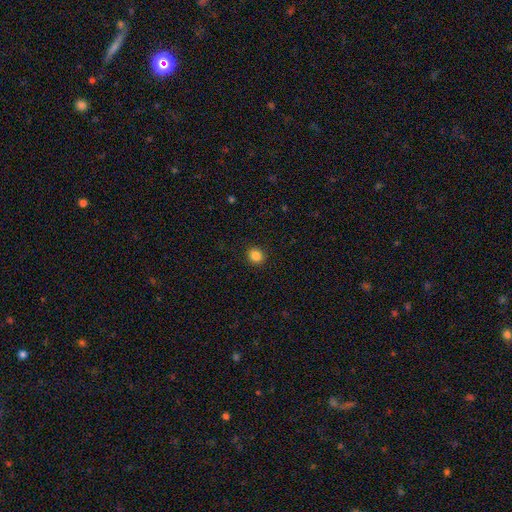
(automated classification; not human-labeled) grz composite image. It shows a smooth galaxy with no disk features (85%) that is round (82%). Merging: none (91%).